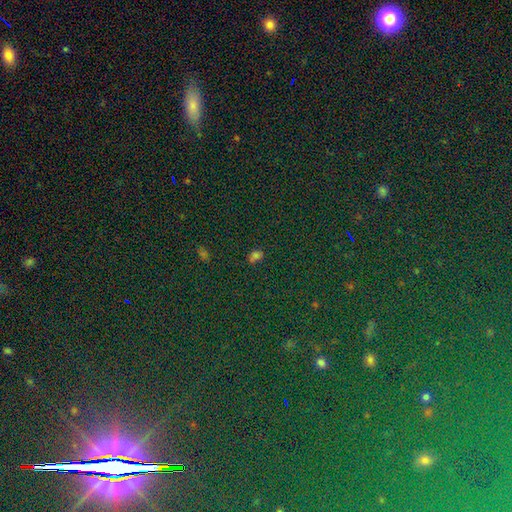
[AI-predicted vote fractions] smooth_or_featured: star or artifact (p=0.52) [alt: smooth p=0.39]